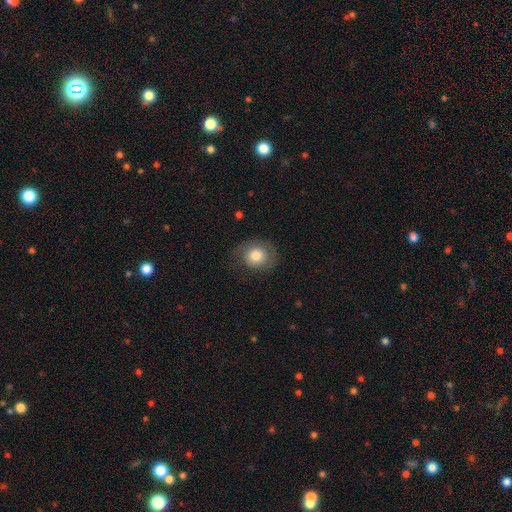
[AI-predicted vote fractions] Overall: smooth (72%). How rounded: round (73%). Merging: none (65%).